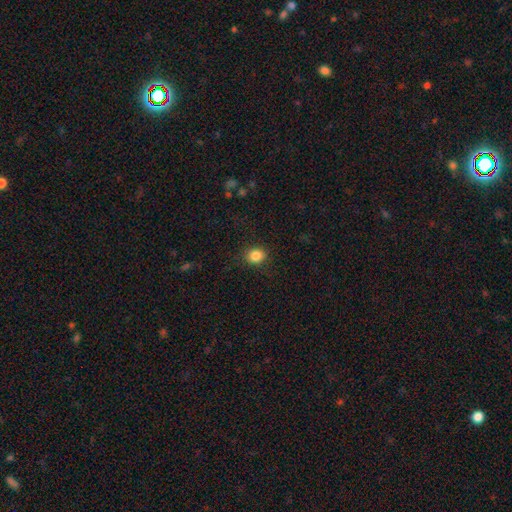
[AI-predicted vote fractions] Smooth or featured?
  - smooth: 85% *
  - star or artifact: 10%
  - featured or disk: 5%
How rounded?
  - round: 61% *
  - in between: 38%
  - cigar-shaped: 1%
Merging?
  - none: 87% *
  - minor disturbance: 9%
  - major disturbance: 3%
  - merger: 1%